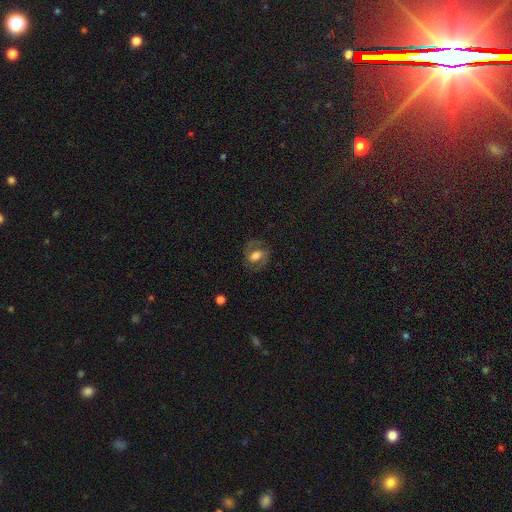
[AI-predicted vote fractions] A featured or disk galaxy (55%) with no bar (39%, tied with weak), spiral arms (75%) and a moderate central bulge (50%). Merging: none (72%).